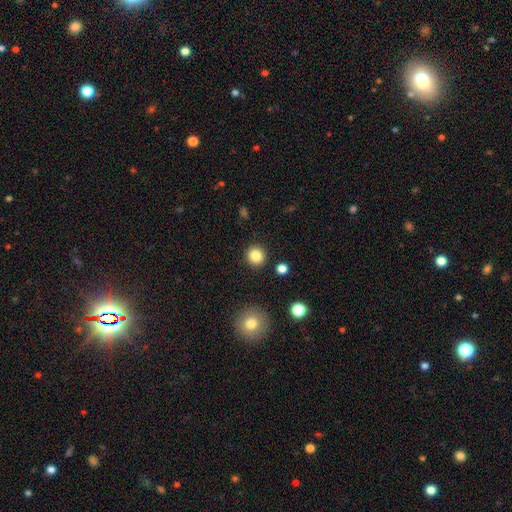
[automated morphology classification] A smooth galaxy with no disk features (83%) that is round (92%). Merging: none (90%).